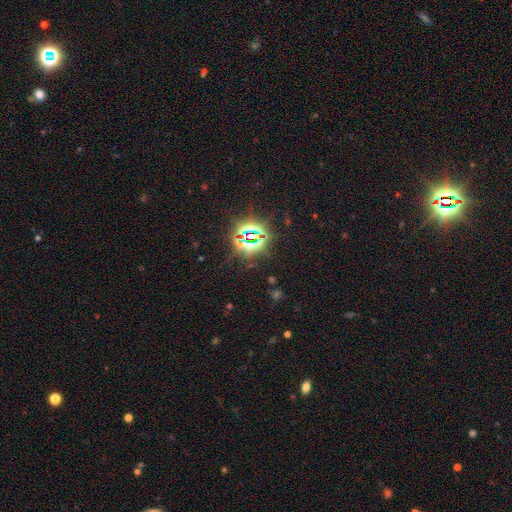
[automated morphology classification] A star or artifact, not a galaxy (83%).